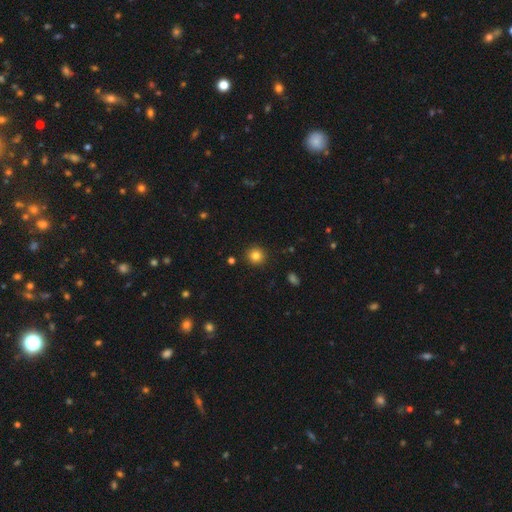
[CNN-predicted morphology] This appears to be a smooth galaxy with no disk features (83%) that is round (94%). Merging: none (91%).